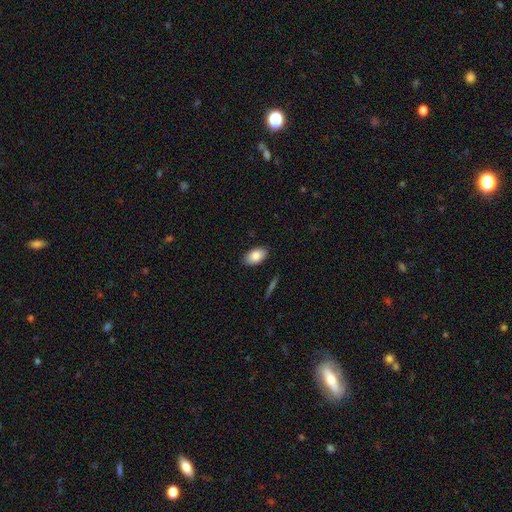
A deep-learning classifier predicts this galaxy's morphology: smooth_or_featured: smooth (p=0.85) [alt: featured or disk p=0.09]
how_rounded: in between (p=0.93) [alt: round p=0.05]
merging: none (p=0.88) [alt: minor disturbance p=0.09]